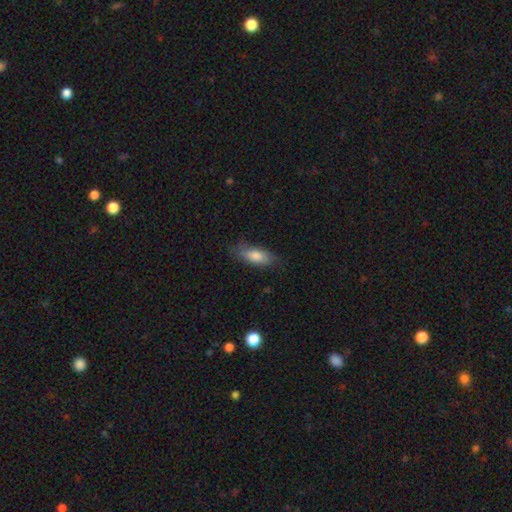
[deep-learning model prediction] Q: Smooth or featured?
A: smooth (79%); runner-up: featured or disk (14%)
Q: How rounded?
A: in between (73%); runner-up: cigar-shaped (24%)
Q: Merging?
A: none (74%); runner-up: minor disturbance (20%)